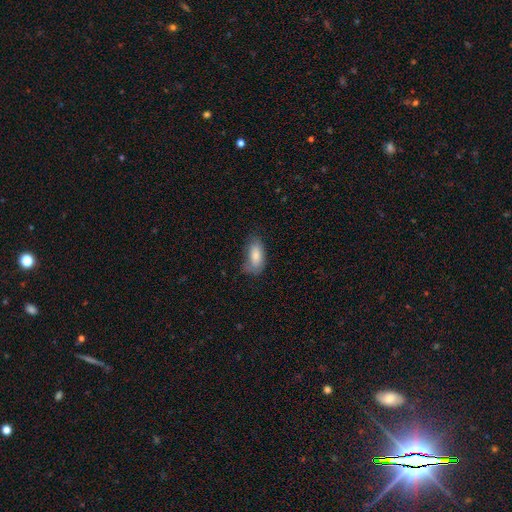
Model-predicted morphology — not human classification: A smooth galaxy with no disk features (82%) that is in between round and cigar-shaped (89%).

Vote fractions:
- Smooth or featured? smooth: 82% / featured or disk: 12% / star or artifact: 7%
- How rounded? in between: 89% / cigar-shaped: 8% / round: 3%
- Merging? none: 54% / minor disturbance: 33% / major disturbance: 11% / merger: 2%